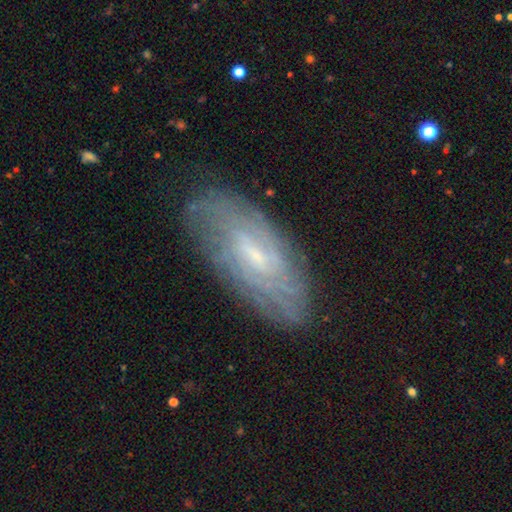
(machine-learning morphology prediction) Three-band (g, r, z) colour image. It shows a featured or disk galaxy (67%) with a weak bar (51%), spiral arms (79%) and a small central bulge (65%). Merging: none (78%).